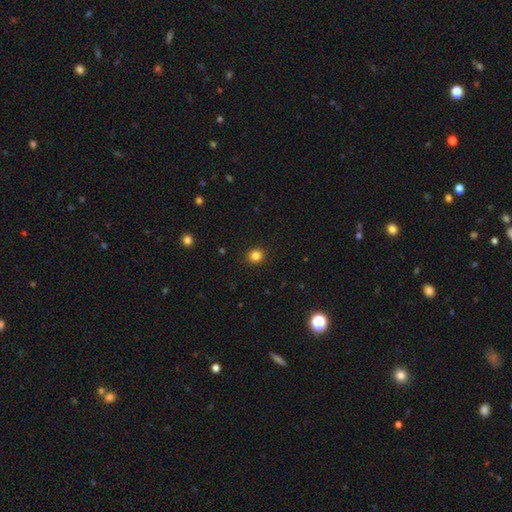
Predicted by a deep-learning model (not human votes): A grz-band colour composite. It shows a smooth galaxy with no disk features (84%) that is round (79%). Merging: none (91%).